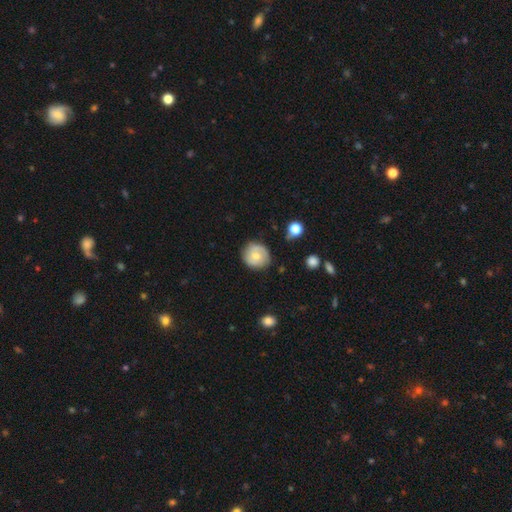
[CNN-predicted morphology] smooth-or-featured: smooth: 53% | featured or disk: 39% | star or artifact: 8%
  how-rounded: round: 86% | in between: 13% | cigar-shaped: 1%
  merging: none: 77% | minor disturbance: 17% | major disturbance: 4% | merger: 2%